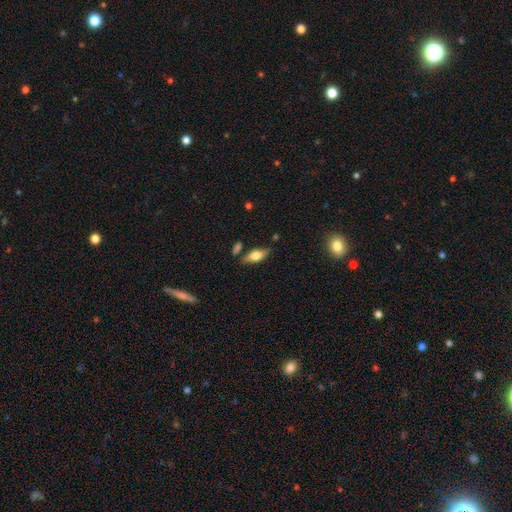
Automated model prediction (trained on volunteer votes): The model was most divided on "smooth or featured": smooth: 53%, featured or disk: 40%, star or artifact: 7%. More confident: merging — none (76%); how rounded — in between (69%).